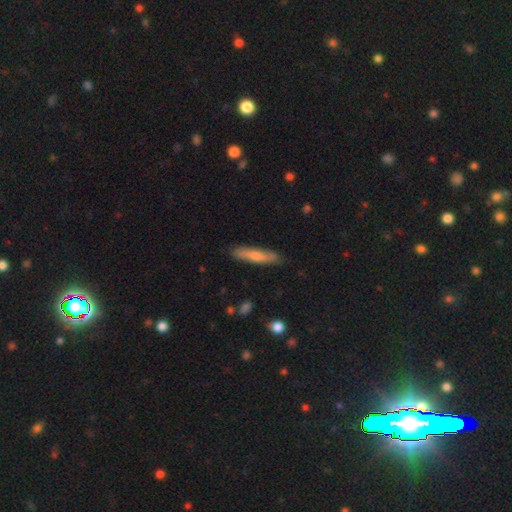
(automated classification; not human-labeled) A smooth galaxy with no disk features (68%) that is cigar-shaped (85%).

Vote fractions:
- Smooth or featured? smooth: 68% / featured or disk: 27% / star or artifact: 6%
- How rounded? cigar-shaped: 85% / in between: 13% / round: 1%
- Merging? none: 84% / minor disturbance: 12% / major disturbance: 2% / merger: 1%